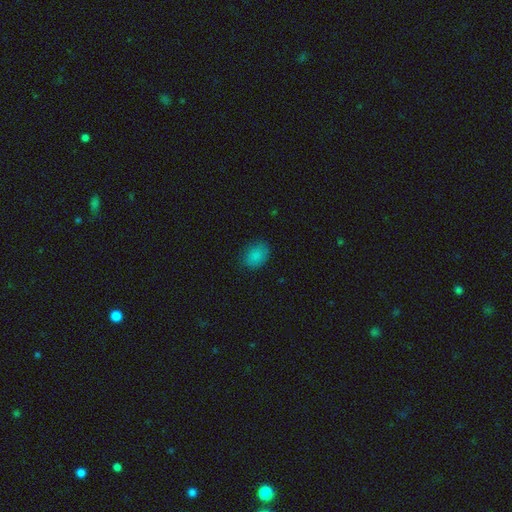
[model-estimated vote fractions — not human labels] A smooth galaxy with no disk features (84%) that is in between round and cigar-shaped (68%). Merging: none (78%).